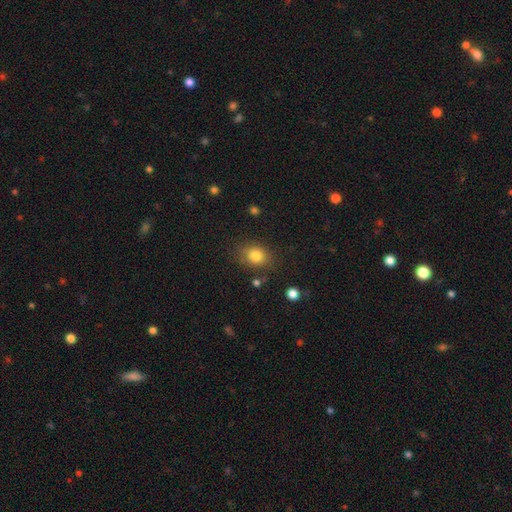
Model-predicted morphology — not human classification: A smooth galaxy with no disk features (82%) that is in between round and cigar-shaped (51%). Merging: none (78%).